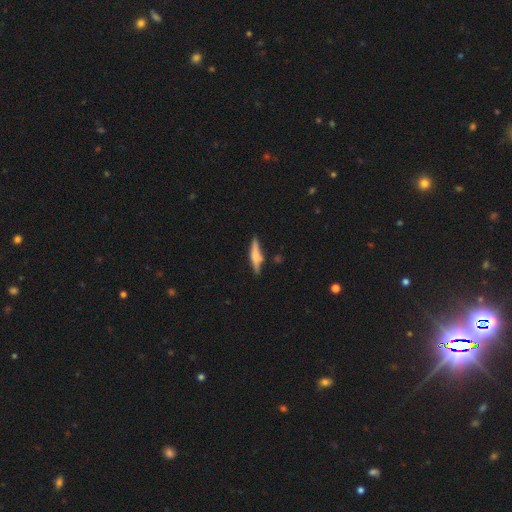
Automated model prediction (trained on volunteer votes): This is possibly a smooth galaxy (51%). How rounded: clearly cigar-shaped (82%). Merging: likely none (78%).